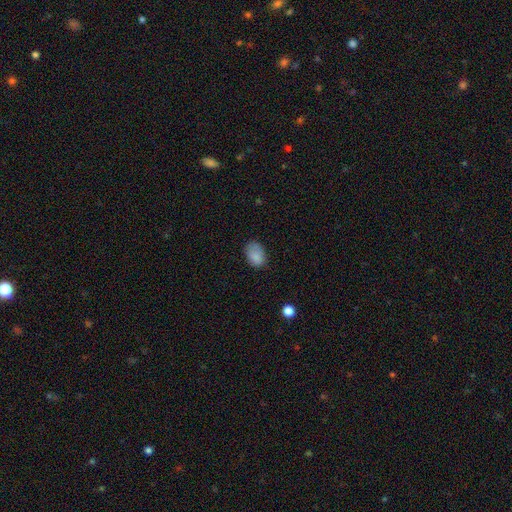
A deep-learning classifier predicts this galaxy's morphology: Smooth or featured?
  - smooth: 85% *
  - star or artifact: 9%
  - featured or disk: 6%
How rounded?
  - in between: 83% *
  - round: 16%
  - cigar-shaped: 1%
Merging?
  - none: 67% *
  - minor disturbance: 25%
  - major disturbance: 7%
  - merger: 2%